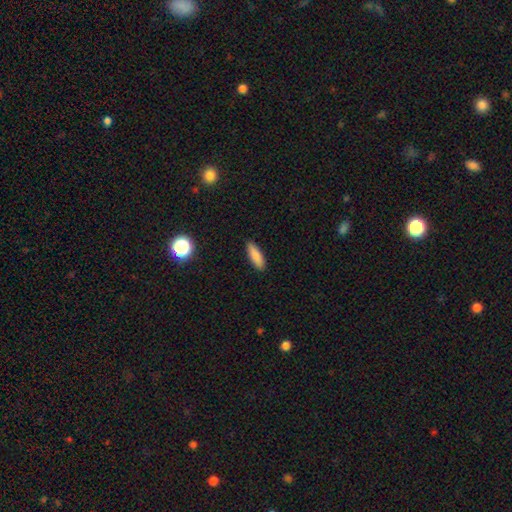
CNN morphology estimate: Q: Smooth or featured?
A: smooth (85%); runner-up: featured or disk (8%)
Q: How rounded?
A: in between (54%); runner-up: cigar-shaped (44%)
Q: Merging?
A: none (88%); runner-up: minor disturbance (9%)